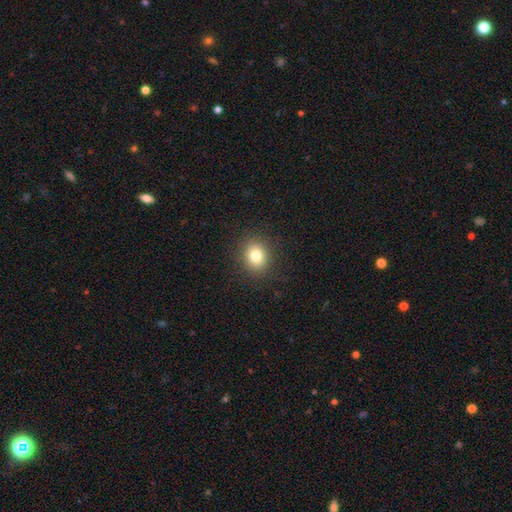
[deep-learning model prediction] This appears to be a smooth galaxy with no disk features (80%) that is round (67%). Merging: none (89%).